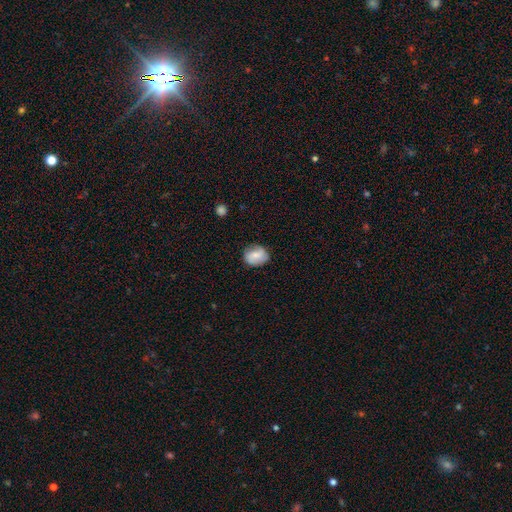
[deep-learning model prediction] Overall: smooth (61%; featured or disk 31%). How rounded: round (54%; in between 45%). Merging: none (75%).